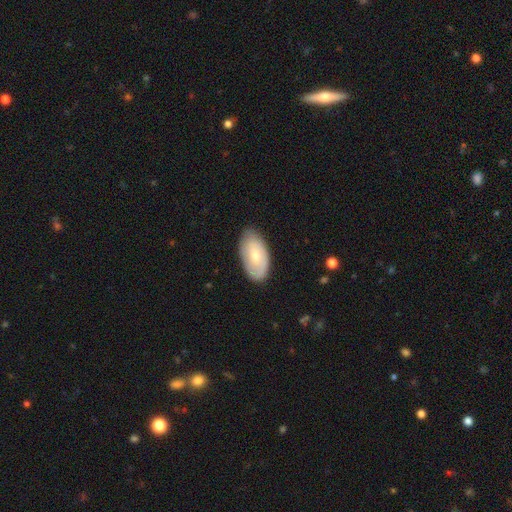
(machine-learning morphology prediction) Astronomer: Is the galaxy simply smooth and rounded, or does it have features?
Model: smooth — 60%.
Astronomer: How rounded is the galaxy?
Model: in between — 94%.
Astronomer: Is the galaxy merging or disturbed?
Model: none — 77%.